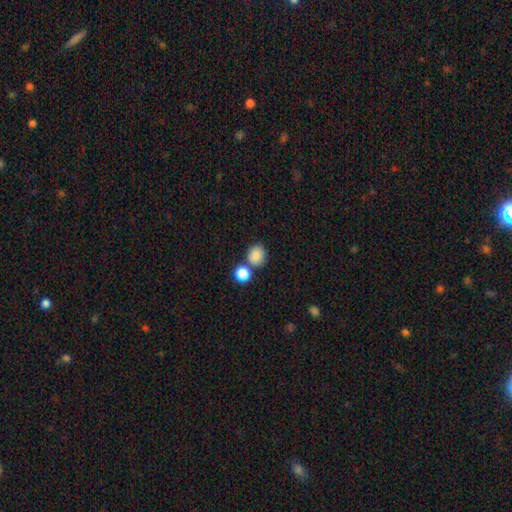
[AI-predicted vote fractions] Smooth or featured: smooth — 84% (star or artifact — 10%)
How rounded: round — 78% (in between — 21%)
Merging: none — 67% (merger — 19%)